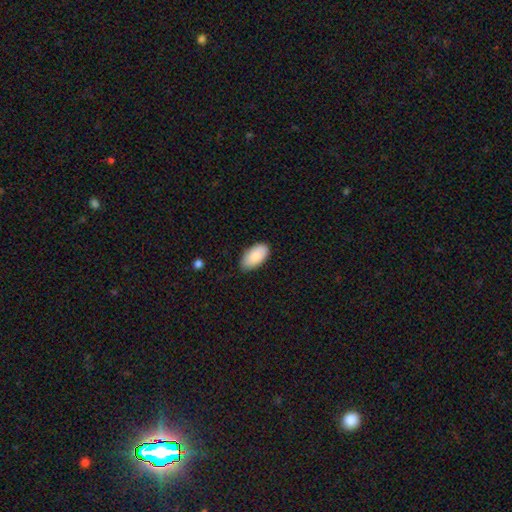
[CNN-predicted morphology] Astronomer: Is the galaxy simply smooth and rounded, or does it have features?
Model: smooth — 87%.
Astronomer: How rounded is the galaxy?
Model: in between — 96%.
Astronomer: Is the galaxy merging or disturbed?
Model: none — 81%.